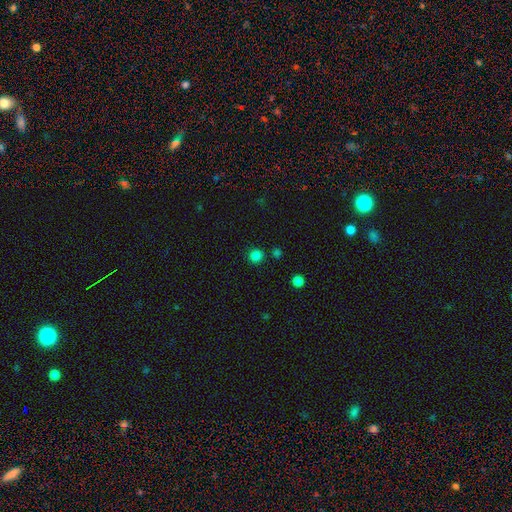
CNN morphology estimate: Smooth or featured: smooth — 81% (star or artifact — 15%)
How rounded: round — 92% (in between — 7%)
Merging: none — 86% (minor disturbance — 7%)